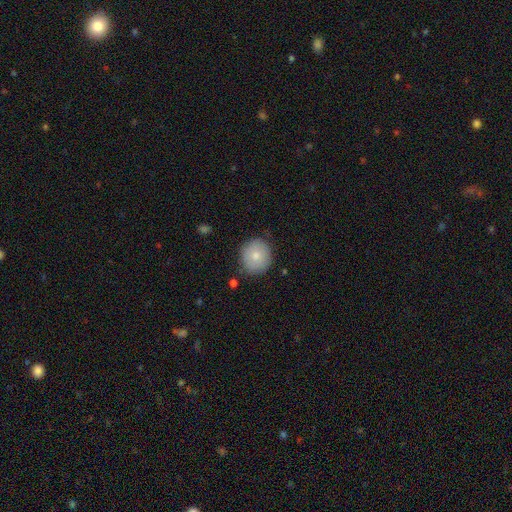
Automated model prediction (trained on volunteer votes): smooth-or-featured: smooth: 78% | featured or disk: 14% | star or artifact: 7%
  how-rounded: round: 86% | in between: 13% | cigar-shaped: 1%
  merging: none: 82% | minor disturbance: 13% | major disturbance: 3% | merger: 2%